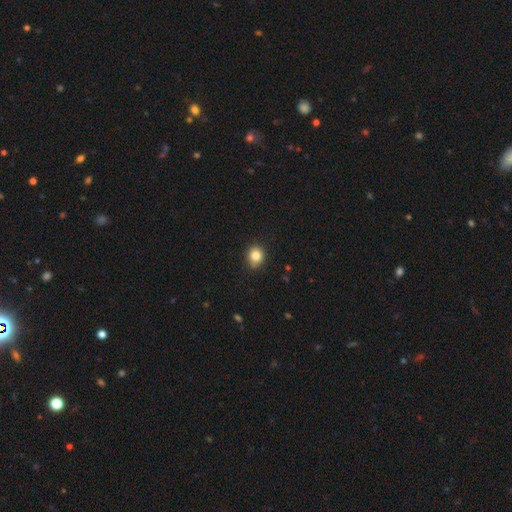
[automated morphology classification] Smooth or featured? Predicted: smooth (p=0.83). How rounded? Predicted: round (p=0.74). Merging? Predicted: none (p=0.80).